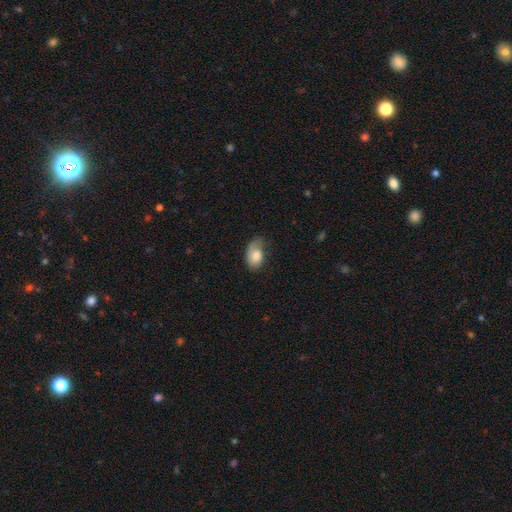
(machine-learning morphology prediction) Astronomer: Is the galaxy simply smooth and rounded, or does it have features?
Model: smooth — 69%.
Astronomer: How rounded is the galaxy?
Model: in between — 88%.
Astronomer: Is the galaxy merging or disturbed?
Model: none — 46% (runner-up: minor disturbance, 35%).